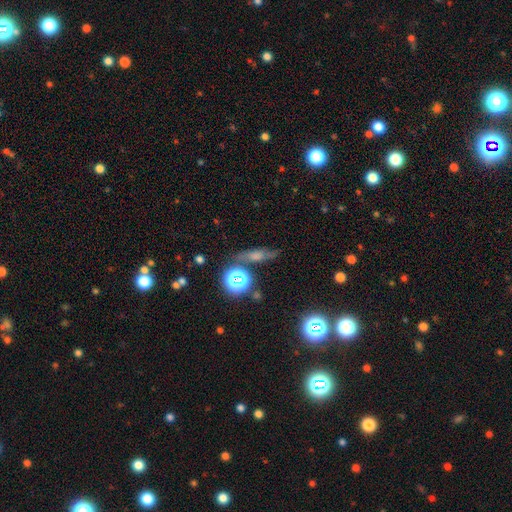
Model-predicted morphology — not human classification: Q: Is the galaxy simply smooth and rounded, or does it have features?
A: featured or disk — 37%.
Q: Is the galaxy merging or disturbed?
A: none — 74%.